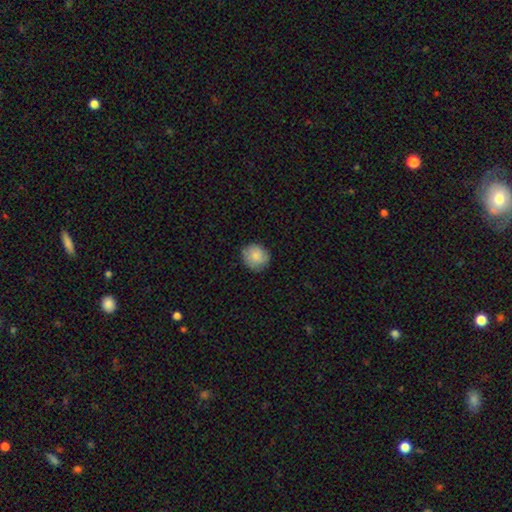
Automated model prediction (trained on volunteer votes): The model was most divided on "how rounded": round: 83%, in between: 17%, cigar-shaped: 1%. More confident: smooth or featured — smooth (84%); merging — none (83%).